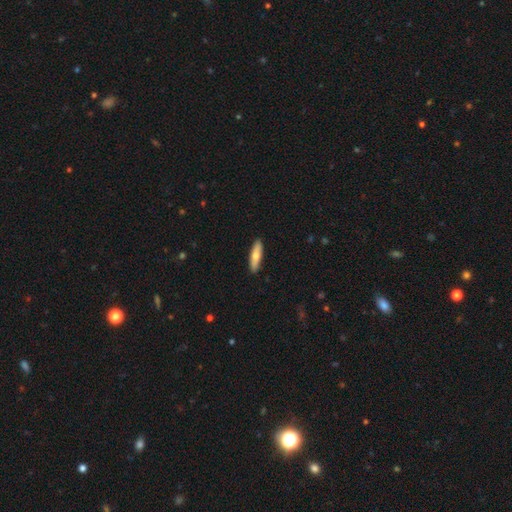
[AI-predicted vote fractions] Q: Smooth or featured?
A: smooth (68%); runner-up: featured or disk (26%)
Q: How rounded?
A: cigar-shaped (71%); runner-up: in between (27%)
Q: Merging?
A: none (91%); runner-up: minor disturbance (7%)